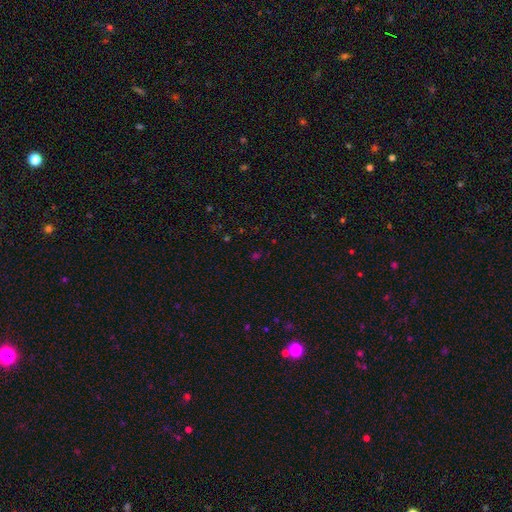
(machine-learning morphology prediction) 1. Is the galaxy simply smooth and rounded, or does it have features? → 54% star or artifact, 39% smooth, 7% featured or disk.